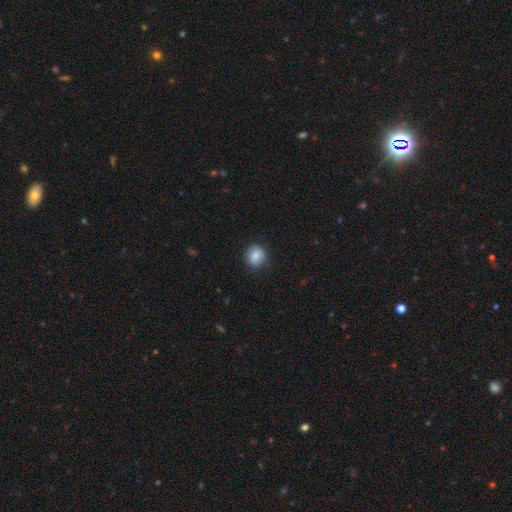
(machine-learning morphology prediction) Smooth or featured?
  - smooth: 82% *
  - featured or disk: 9%
  - star or artifact: 8%
How rounded?
  - round: 79% *
  - in between: 20%
  - cigar-shaped: 1%
Merging?
  - none: 80% *
  - minor disturbance: 16%
  - major disturbance: 3%
  - merger: 1%